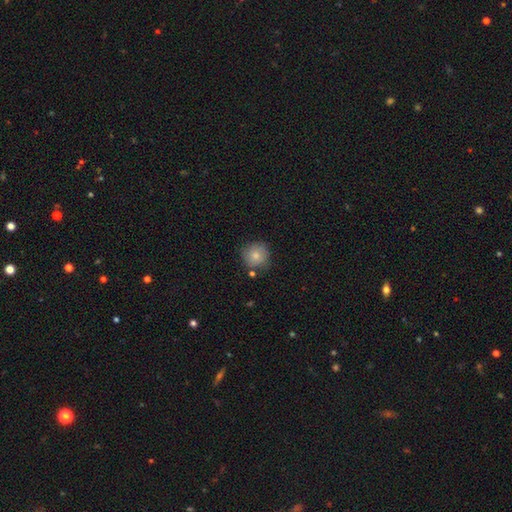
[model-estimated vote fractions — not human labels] Smooth or featured?
  - smooth: 81% *
  - featured or disk: 10%
  - star or artifact: 9%
How rounded?
  - round: 92% *
  - in between: 7%
  - cigar-shaped: 1%
Merging?
  - none: 77% *
  - minor disturbance: 14%
  - merger: 5%
  - major disturbance: 3%